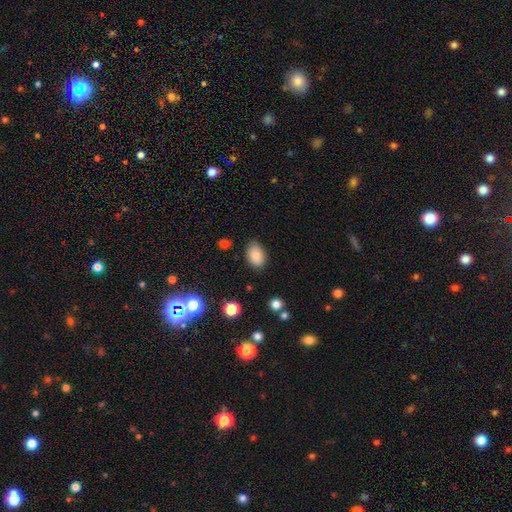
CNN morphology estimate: smooth-or-featured: smooth: 86% | star or artifact: 9% | featured or disk: 5%
  how-rounded: in between: 85% | round: 14% | cigar-shaped: 1%
  merging: none: 79% | minor disturbance: 16% | major disturbance: 3% | merger: 2%